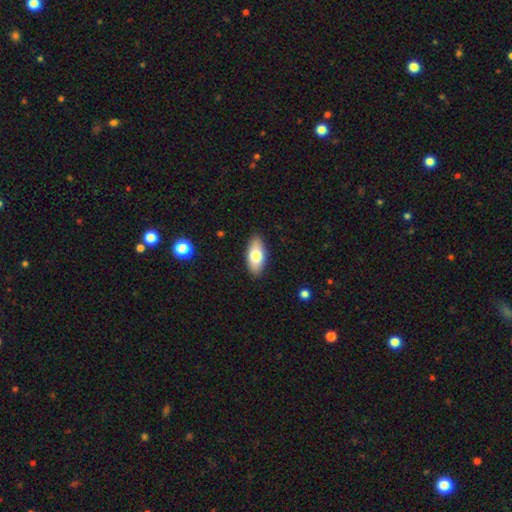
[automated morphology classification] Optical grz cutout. It shows a smooth galaxy with no disk features (74%) that is in between round and cigar-shaped (90%). Merging: none (88%).